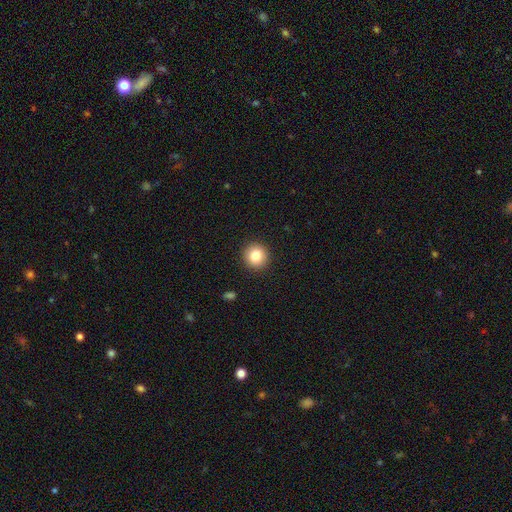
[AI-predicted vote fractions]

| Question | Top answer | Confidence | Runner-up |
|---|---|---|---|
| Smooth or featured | smooth | 83% | star or artifact (10%) |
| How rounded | round | 94% | in between (5%) |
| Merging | none | 92% | minor disturbance (5%) |